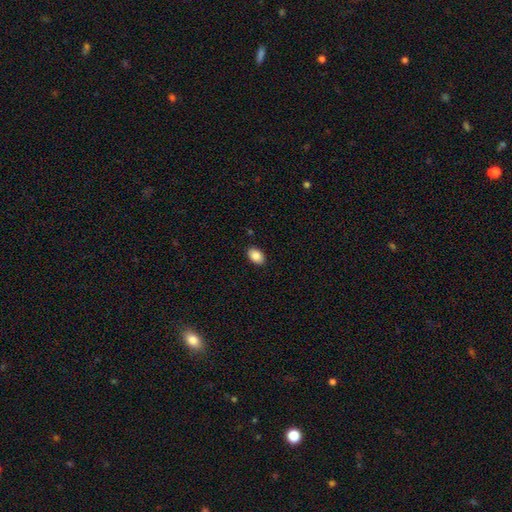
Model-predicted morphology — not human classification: Q: Smooth or featured?
A: smooth (88%); runner-up: star or artifact (7%)
Q: How rounded?
A: in between (88%); runner-up: round (11%)
Q: Merging?
A: none (88%); runner-up: minor disturbance (9%)